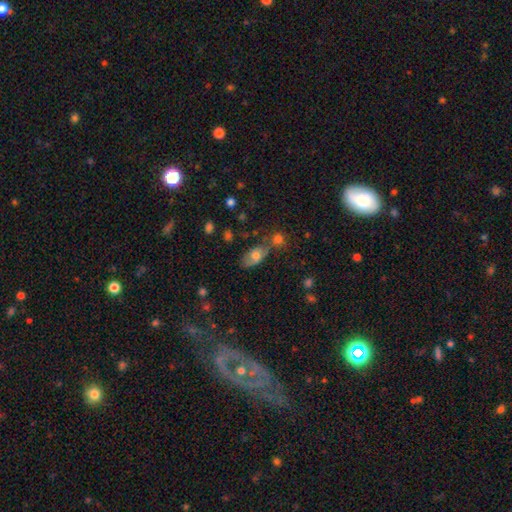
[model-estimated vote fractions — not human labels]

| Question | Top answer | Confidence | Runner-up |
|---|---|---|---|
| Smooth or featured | smooth | 61% | featured or disk (23%) |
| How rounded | in between | 80% | round (14%) |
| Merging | none | 52% | merger (22%) |